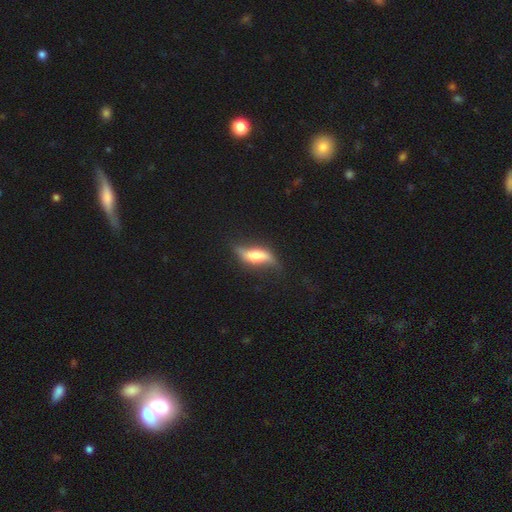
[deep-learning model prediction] A featured or disk galaxy (64%).

Vote fractions:
- Smooth or featured? featured or disk: 64% / smooth: 30% / star or artifact: 7%
- Edge-on disk? no: 60% / yes: 40%
- Merging? none: 60% / minor disturbance: 26% / major disturbance: 12% / merger: 3%